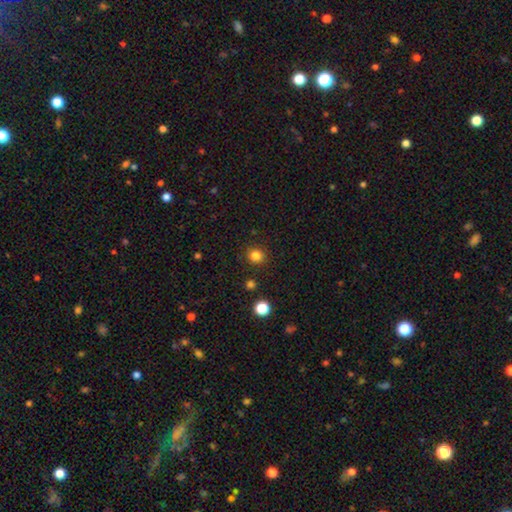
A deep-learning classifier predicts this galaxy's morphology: This appears to be a smooth galaxy with no disk features (83%) that is round (88%). Merging: none (90%).